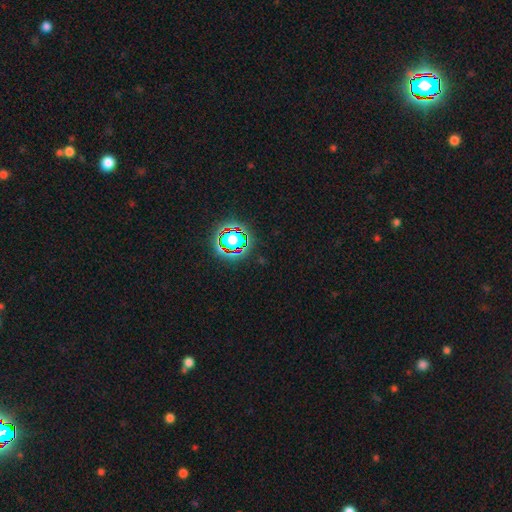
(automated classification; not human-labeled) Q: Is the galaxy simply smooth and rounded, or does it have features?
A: star or artifact — 78%.